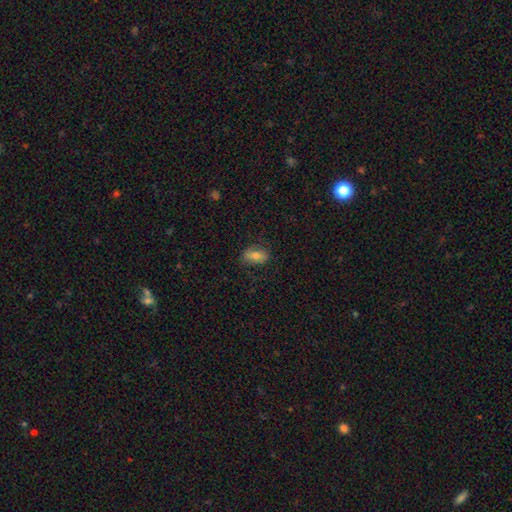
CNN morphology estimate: Smooth or featured? smooth (66%)
How rounded? in between (81%)
Merging? none (81%)